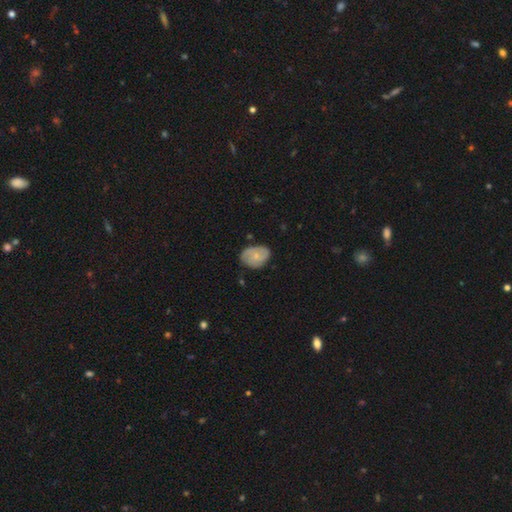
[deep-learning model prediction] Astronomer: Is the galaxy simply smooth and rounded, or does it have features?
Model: featured or disk — 53% (runner-up: smooth, 41%).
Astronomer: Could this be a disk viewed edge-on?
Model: no — 97%.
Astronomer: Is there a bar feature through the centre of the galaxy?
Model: no — 75%.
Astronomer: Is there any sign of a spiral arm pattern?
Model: yes — 84%.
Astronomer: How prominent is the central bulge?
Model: small — 62%.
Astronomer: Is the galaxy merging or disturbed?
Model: none — 67%.